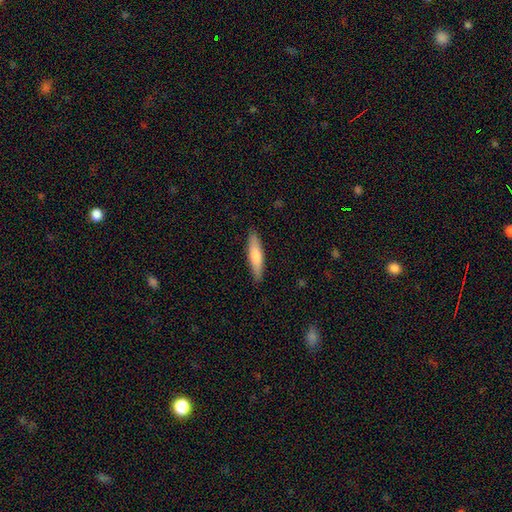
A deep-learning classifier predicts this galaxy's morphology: Smooth or featured: smooth — 74% (featured or disk — 21%)
How rounded: cigar-shaped — 77% (in between — 21%)
Merging: none — 88% (minor disturbance — 9%)